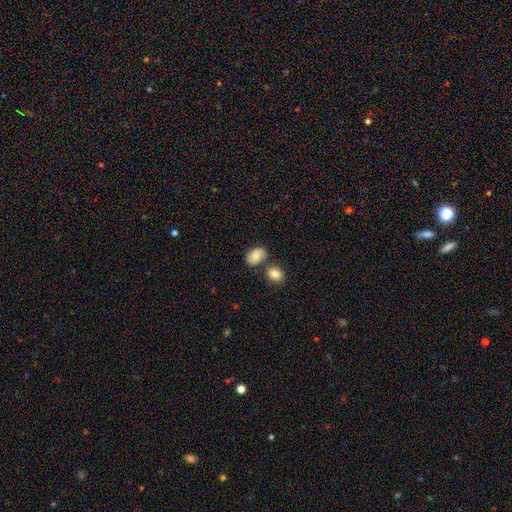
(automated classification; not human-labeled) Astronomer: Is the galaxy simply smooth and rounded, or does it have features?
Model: smooth — 74%.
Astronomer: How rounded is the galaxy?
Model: in between — 81%.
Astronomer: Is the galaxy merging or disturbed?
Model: none — 56%.